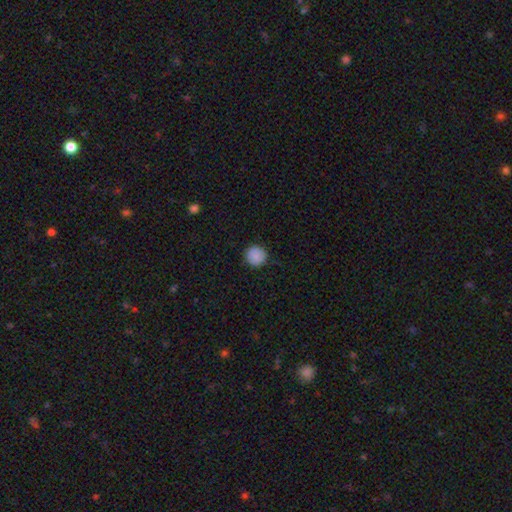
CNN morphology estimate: type=smooth (87%); roundness=round (95%); merging=none (89%).